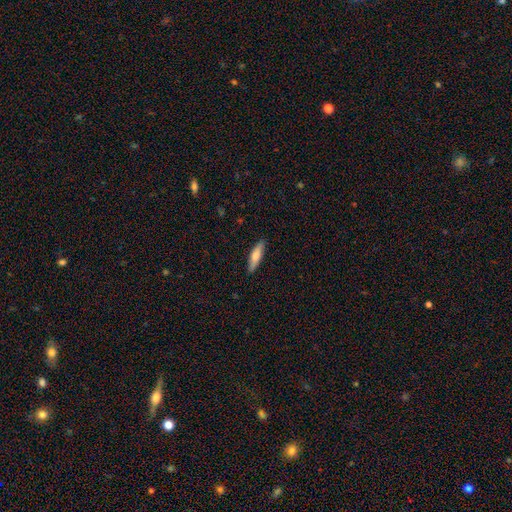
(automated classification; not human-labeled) Overall: smooth (70%). How rounded: cigar-shaped (68%; in between 30%). Merging: none (89%).